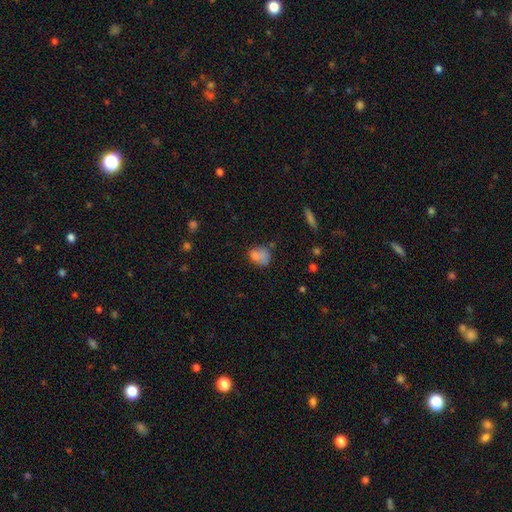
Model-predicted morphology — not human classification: Smooth or featured?
  - smooth: 74% *
  - featured or disk: 15%
  - star or artifact: 12%
How rounded?
  - in between: 58% *
  - round: 40%
  - cigar-shaped: 2%
Merging?
  - none: 47% *
  - minor disturbance: 25%
  - merger: 18%
  - major disturbance: 11%